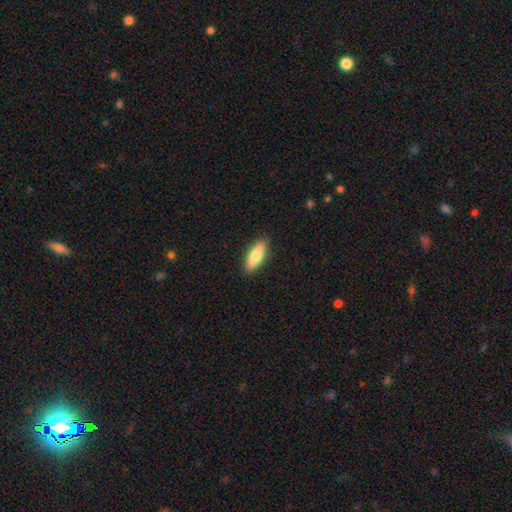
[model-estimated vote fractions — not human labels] A smooth galaxy with no disk features (81%) that is in between round and cigar-shaped (61%). Merging: none (89%).